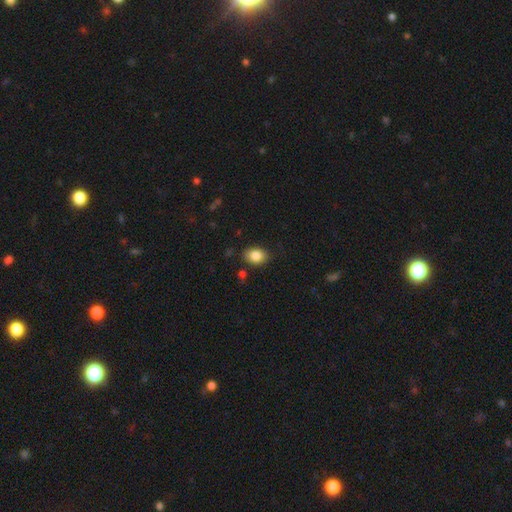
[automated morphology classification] smooth-or-featured: smooth: 87% | star or artifact: 8% | featured or disk: 5%
  how-rounded: in between: 74% | round: 25% | cigar-shaped: 1%
  merging: none: 82% | minor disturbance: 12% | major disturbance: 3% | merger: 2%